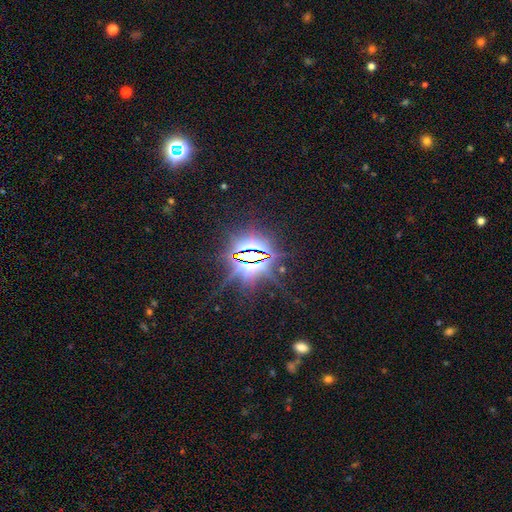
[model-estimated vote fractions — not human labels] Q: Smooth or featured?
A: star or artifact (85%); runner-up: featured or disk (8%)